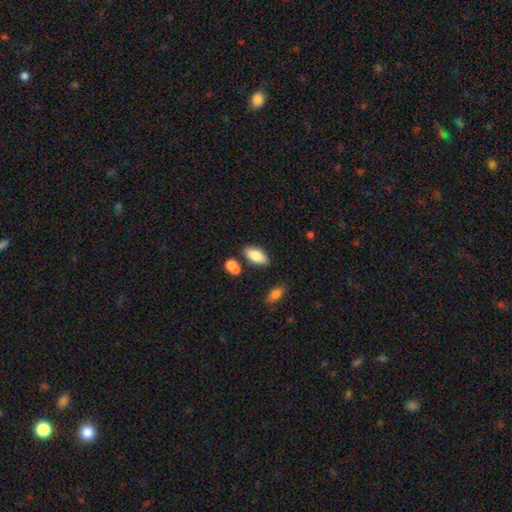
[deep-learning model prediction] This is likely a smooth galaxy (80%). How rounded: clearly in between (88%). Merging: likely none (75%).